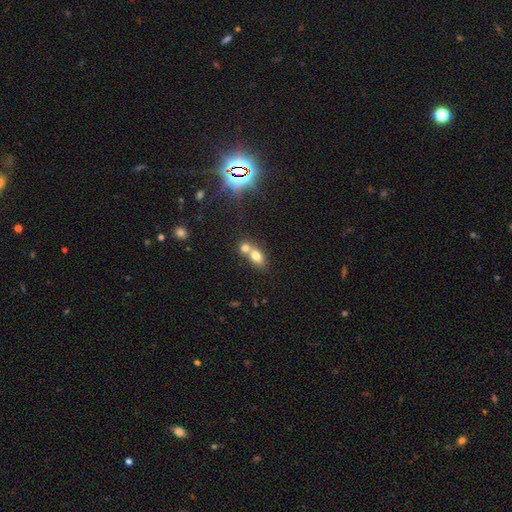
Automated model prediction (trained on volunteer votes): Smooth or featured?
  - smooth: 72% *
  - featured or disk: 16%
  - star or artifact: 12%
How rounded?
  - in between: 70% *
  - round: 26%
  - cigar-shaped: 4%
Merging?
  - merger: 63% *
  - none: 27%
  - minor disturbance: 7%
  - major disturbance: 3%